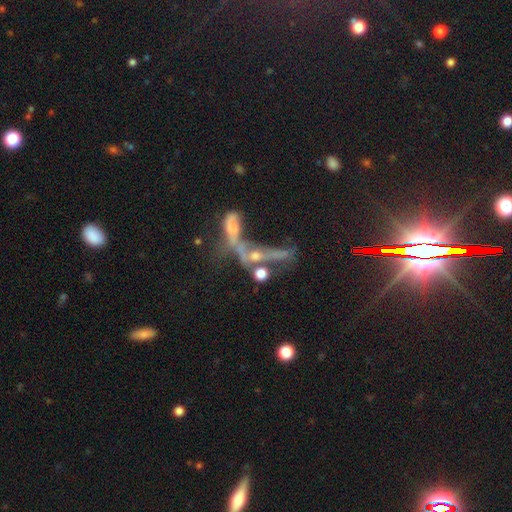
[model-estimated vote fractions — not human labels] The model was most divided on "smooth or featured": featured or disk: 52%, smooth: 26%, star or artifact: 22%. More confident: edge-on disk — no (68%); merging — merger (56%).